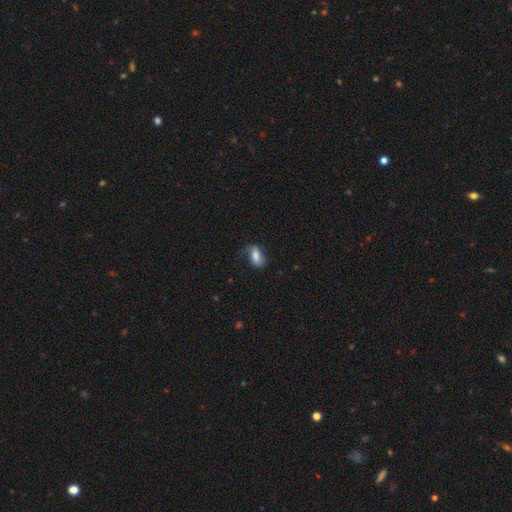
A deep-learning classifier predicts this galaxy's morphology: Q: Smooth or featured?
A: smooth (71%); runner-up: featured or disk (21%)
Q: How rounded?
A: in between (87%); runner-up: round (8%)
Q: Merging?
A: none (57%); runner-up: minor disturbance (27%)